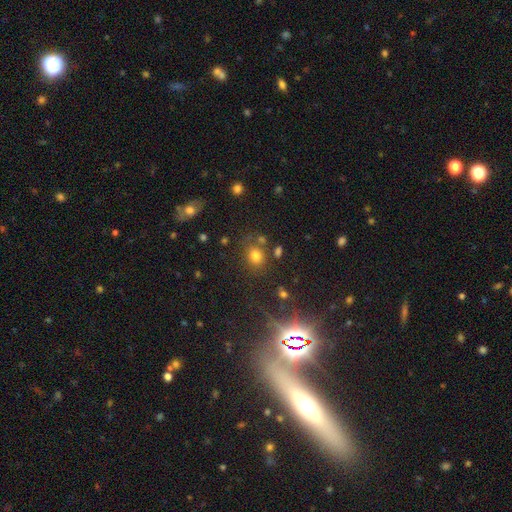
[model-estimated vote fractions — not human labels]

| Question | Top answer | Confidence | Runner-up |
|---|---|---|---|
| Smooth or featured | smooth | 73% | star or artifact (19%) |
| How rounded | round | 65% | in between (34%) |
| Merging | none | 75% | minor disturbance (12%) |